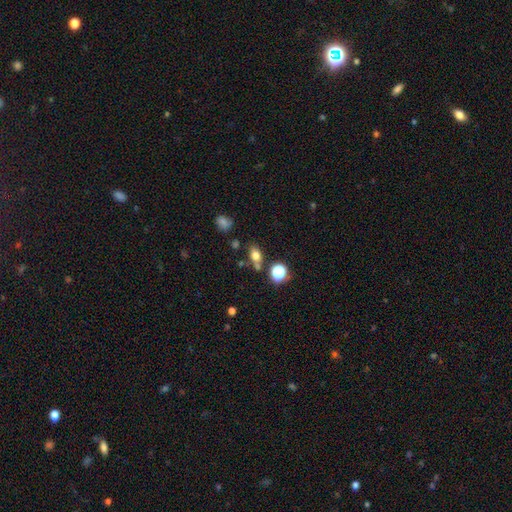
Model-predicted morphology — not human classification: A smooth galaxy with no disk features (72%) that is in between round and cigar-shaped (73%).

Vote fractions:
- Smooth or featured? smooth: 72% / star or artifact: 16% / featured or disk: 12%
- How rounded? in between: 73% / round: 22% / cigar-shaped: 5%
- Merging? none: 67% / merger: 15% / minor disturbance: 14% / major disturbance: 4%